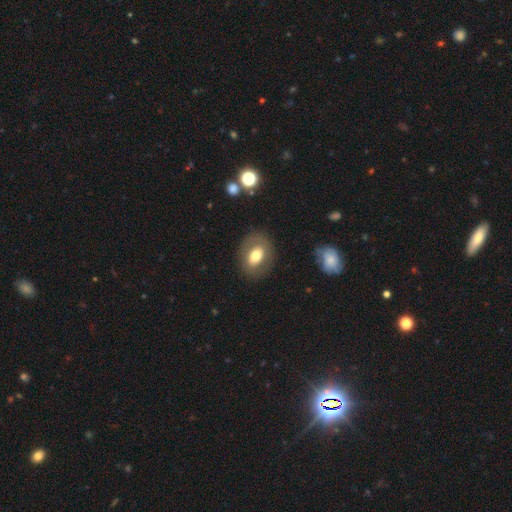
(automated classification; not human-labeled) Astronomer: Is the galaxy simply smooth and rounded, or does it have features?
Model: smooth — 64%.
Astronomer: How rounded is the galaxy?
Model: in between — 64%.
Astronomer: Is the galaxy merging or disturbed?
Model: none — 83%.